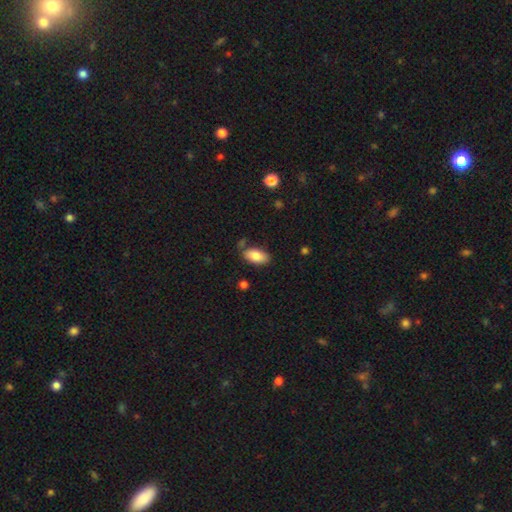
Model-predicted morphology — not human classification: Smooth or featured? smooth (82%)
How rounded? in between (93%)
Merging? none (78%)